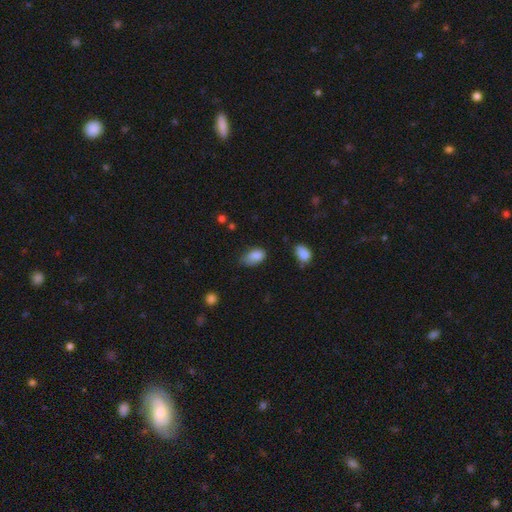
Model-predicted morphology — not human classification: A smooth galaxy with no disk features (82%) that is in between round and cigar-shaped (91%).

Vote fractions:
- Smooth or featured? smooth: 82% / featured or disk: 10% / star or artifact: 8%
- How rounded? in between: 91% / round: 7% / cigar-shaped: 2%
- Merging? none: 49% / minor disturbance: 39% / major disturbance: 10% / merger: 2%